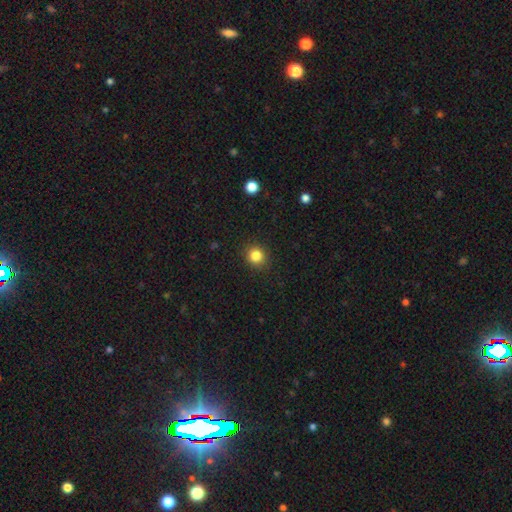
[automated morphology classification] smooth-or-featured: smooth: 84% | star or artifact: 11% | featured or disk: 5%
  how-rounded: round: 88% | in between: 11% | cigar-shaped: 1%
  merging: none: 91% | minor disturbance: 6% | major disturbance: 2% | merger: 1%